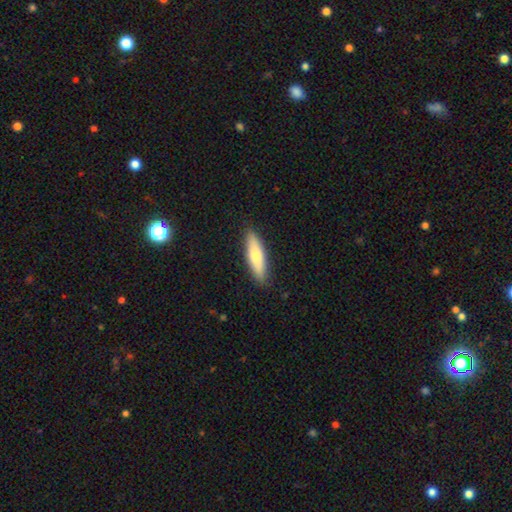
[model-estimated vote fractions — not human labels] Overall: smooth (68%). How rounded: cigar-shaped (69%; in between 29%). Merging: none (89%).